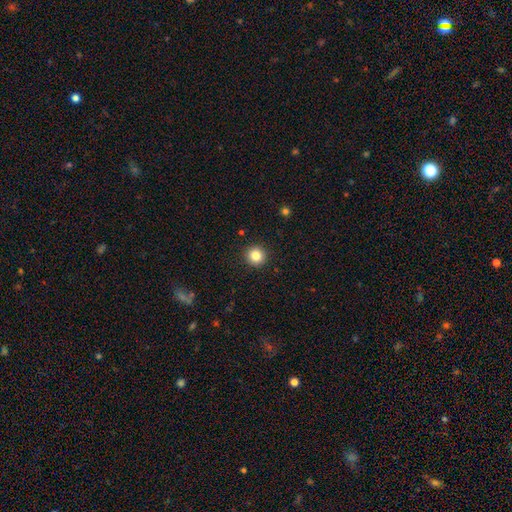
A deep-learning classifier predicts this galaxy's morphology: Q: Smooth or featured?
A: smooth (84%); runner-up: star or artifact (11%)
Q: How rounded?
A: round (95%); runner-up: in between (4%)
Q: Merging?
A: none (93%); runner-up: minor disturbance (5%)